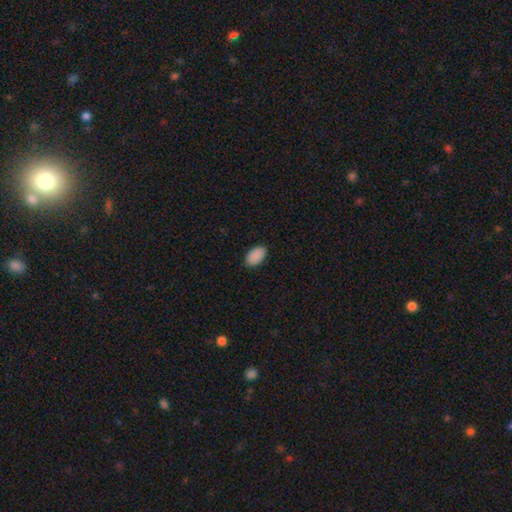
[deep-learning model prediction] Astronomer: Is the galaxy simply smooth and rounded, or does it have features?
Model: smooth — 90%.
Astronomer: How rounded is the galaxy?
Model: in between — 94%.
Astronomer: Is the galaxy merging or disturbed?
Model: none — 87%.